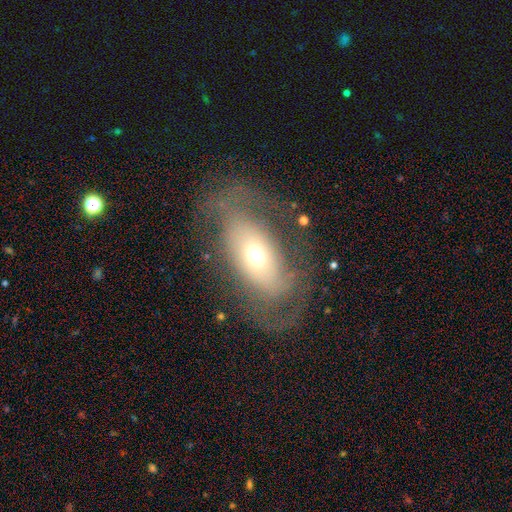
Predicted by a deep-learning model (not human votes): Smooth or featured?
  - featured or disk: 54% *
  - smooth: 37%
  - star or artifact: 9%
Edge-on disk?
  - no: 89% *
  - yes: 11%
Merging?
  - none: 55% *
  - major disturbance: 24%
  - minor disturbance: 20%
  - merger: 2%